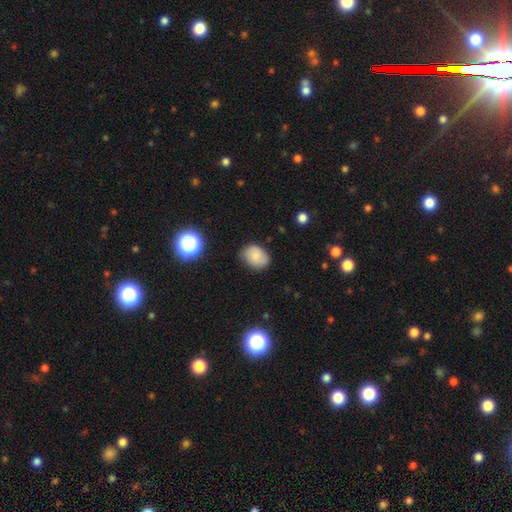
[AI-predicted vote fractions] A smooth galaxy with no disk features (78%) that is in between round and cigar-shaped (63%). Merging: none (77%).